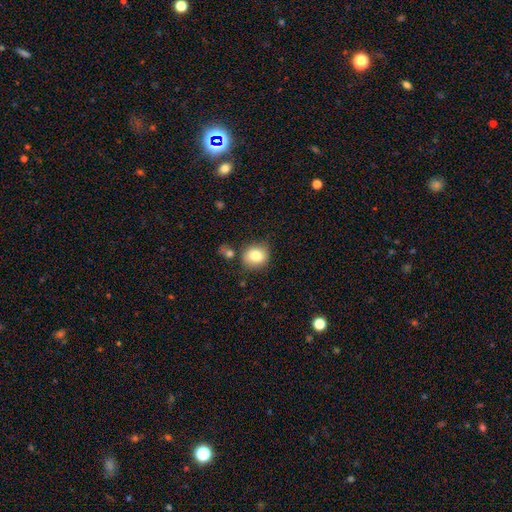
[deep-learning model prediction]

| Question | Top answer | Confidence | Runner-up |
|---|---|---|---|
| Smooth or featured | smooth | 80% | featured or disk (10%) |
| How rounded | round | 75% | in between (24%) |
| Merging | none | 74% | minor disturbance (16%) |